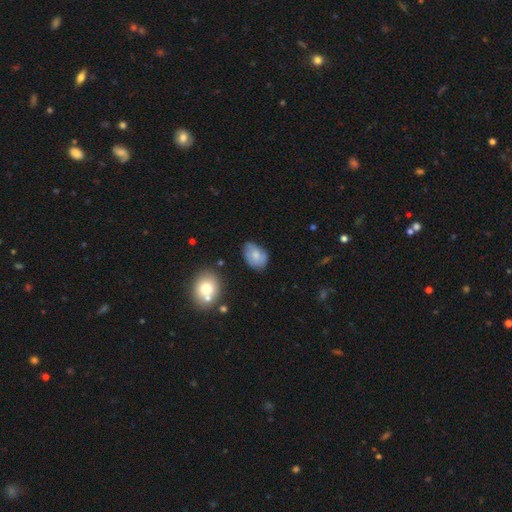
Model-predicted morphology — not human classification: Smooth or featured?
  - smooth: 72% *
  - featured or disk: 20%
  - star or artifact: 8%
How rounded?
  - in between: 81% *
  - round: 18%
  - cigar-shaped: 1%
Merging?
  - none: 59% *
  - minor disturbance: 30%
  - major disturbance: 7%
  - merger: 3%